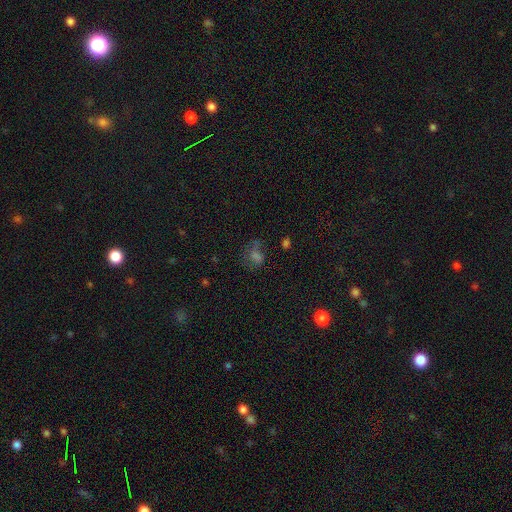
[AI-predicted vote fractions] This appears to be a smooth galaxy with no disk features (47%). Merging: none (49%).